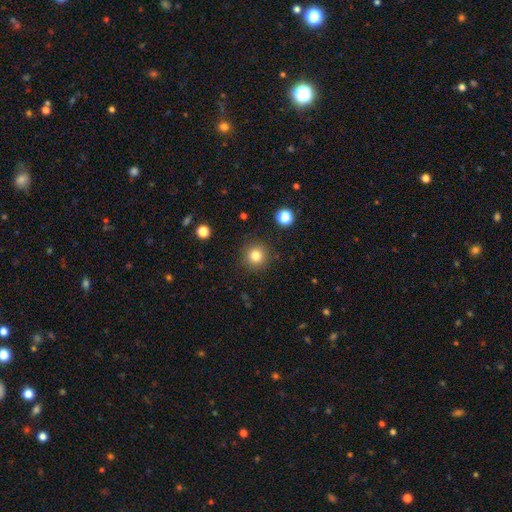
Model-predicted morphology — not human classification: Smooth or featured? Predicted: smooth (p=0.81). How rounded? Predicted: round (p=0.95). Merging? Predicted: none (p=0.90).